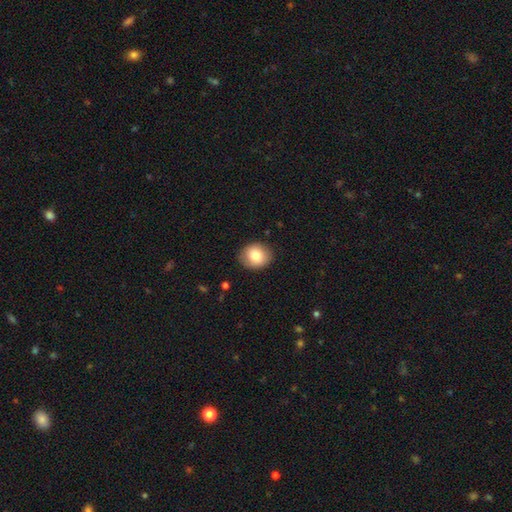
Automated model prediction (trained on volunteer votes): The model was most divided on "how rounded": round: 62%, in between: 38%, cigar-shaped: 1%. More confident: merging — none (88%); smooth or featured — smooth (81%).